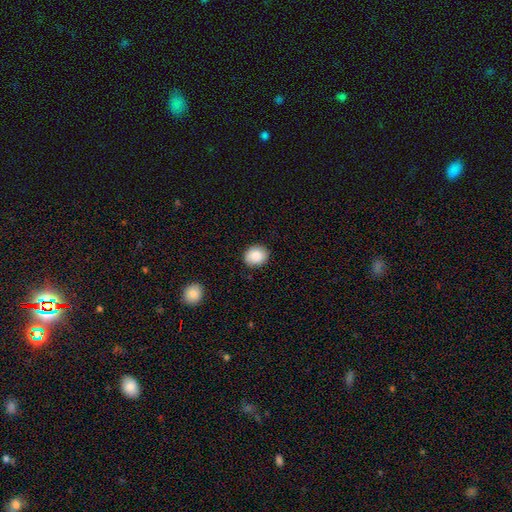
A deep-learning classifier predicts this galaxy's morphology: Smooth or featured: smooth — 88% (star or artifact — 8%)
How rounded: round — 62% (in between — 37%)
Merging: none — 88% (minor disturbance — 9%)